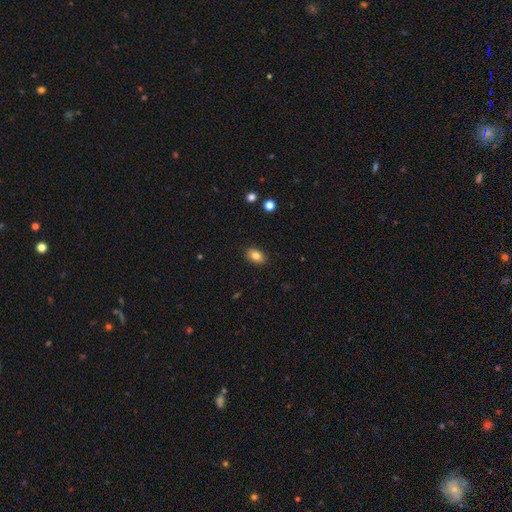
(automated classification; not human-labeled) This appears to be a smooth galaxy with no disk features (82%) that is in between round and cigar-shaped (82%). Merging: none (88%).